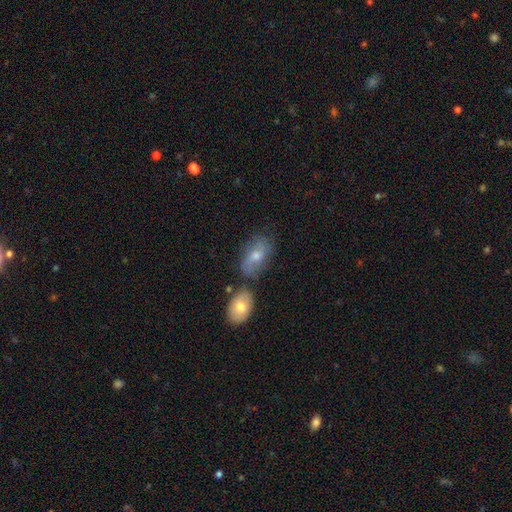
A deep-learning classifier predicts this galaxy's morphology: Q: Smooth or featured?
A: smooth (46%); runner-up: featured or disk (43%)
Q: Merging?
A: none (54%); runner-up: merger (20%)